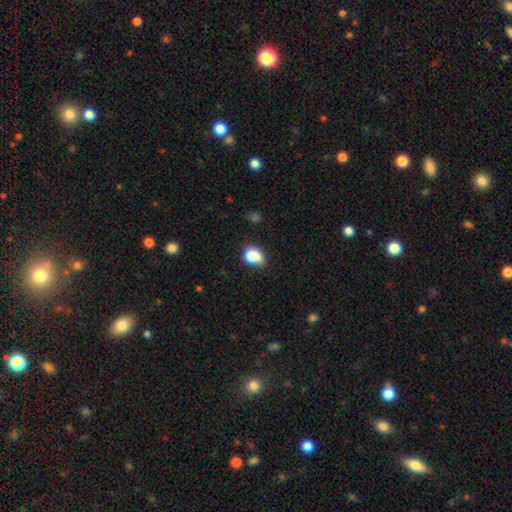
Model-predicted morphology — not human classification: smooth 79%, star or artifact 11%, featured or disk 10%. Down the decision tree: how rounded — in between (54%); merging — none (44%).